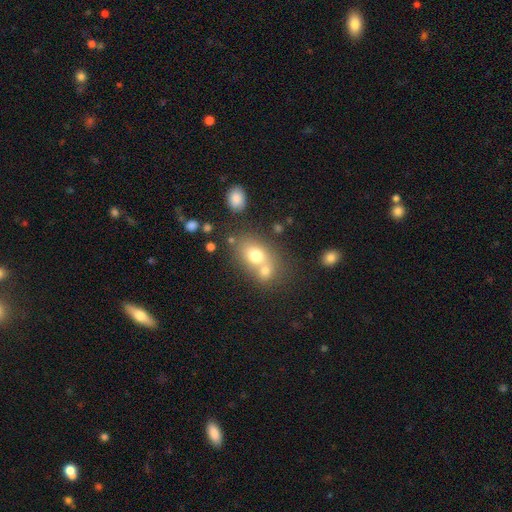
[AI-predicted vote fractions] smooth-or-featured: smooth: 71% | featured or disk: 16% | star or artifact: 12%
  how-rounded: in between: 61% | round: 38% | cigar-shaped: 1%
  merging: merger: 47% | none: 40% | minor disturbance: 9% | major disturbance: 4%